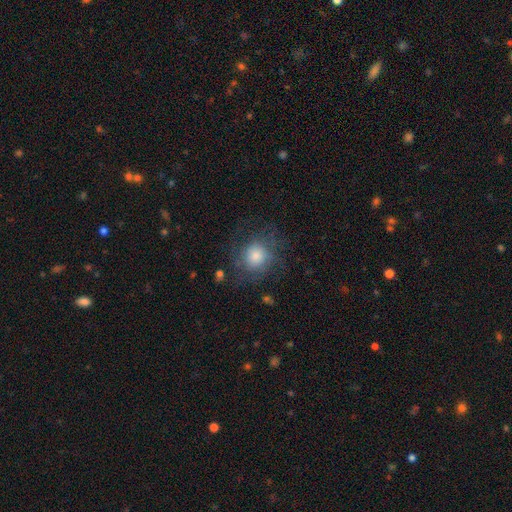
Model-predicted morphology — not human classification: A smooth galaxy with no disk features (61%) that is round (85%). Merging: none (68%).